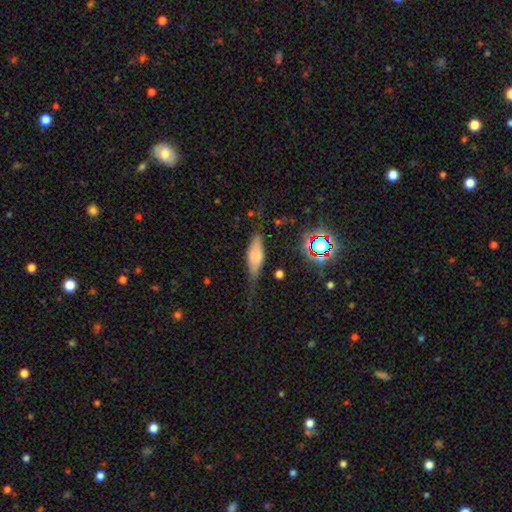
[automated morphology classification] Smooth or featured? smooth (57%)
How rounded? in between (58%)
Merging? none (49%)